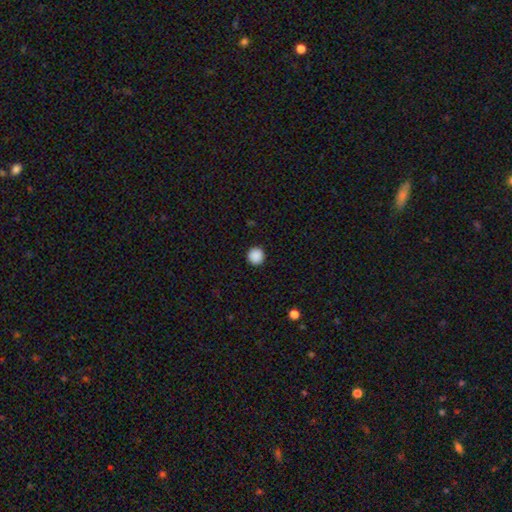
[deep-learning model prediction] A smooth galaxy with no disk features (89%) that is round (95%).

Vote fractions:
- Smooth or featured? smooth: 89% / star or artifact: 9% / featured or disk: 2%
- How rounded? round: 95% / in between: 4% / cigar-shaped: 1%
- Merging? none: 93% / minor disturbance: 4% / major disturbance: 2% / merger: 1%